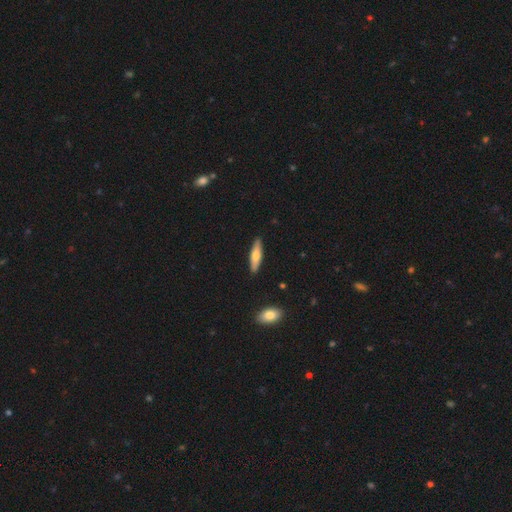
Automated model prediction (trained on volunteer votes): Overall: smooth (58%; featured or disk 37%). How rounded: cigar-shaped (74%). Merging: none (89%).